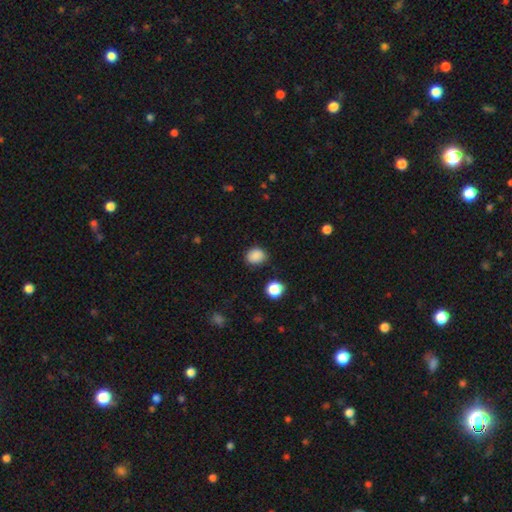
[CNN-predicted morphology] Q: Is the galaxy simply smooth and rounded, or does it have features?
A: smooth — 86%.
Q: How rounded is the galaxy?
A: round — 56%.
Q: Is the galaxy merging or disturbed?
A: none — 82%.